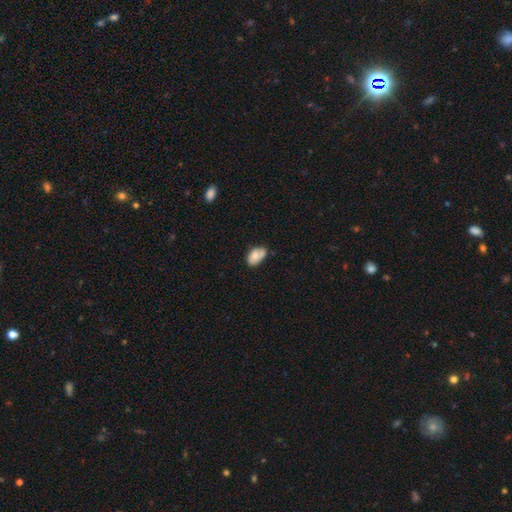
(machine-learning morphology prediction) This appears to be a smooth galaxy with no disk features (71%) that is in between round and cigar-shaped (91%). Merging: none (49%).